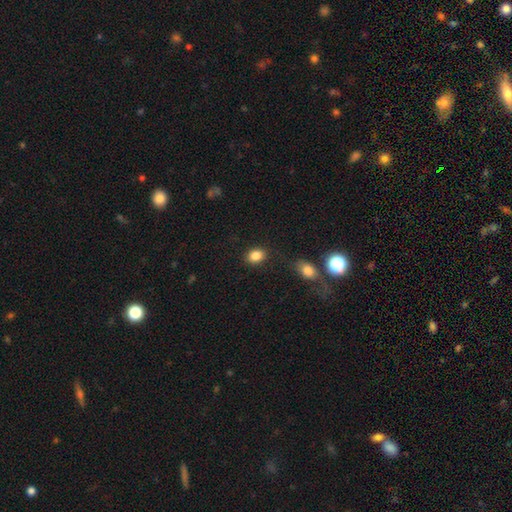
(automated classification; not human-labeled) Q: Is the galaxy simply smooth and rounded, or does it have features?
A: smooth — 86%.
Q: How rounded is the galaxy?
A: in between — 59%.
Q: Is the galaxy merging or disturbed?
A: none — 83%.